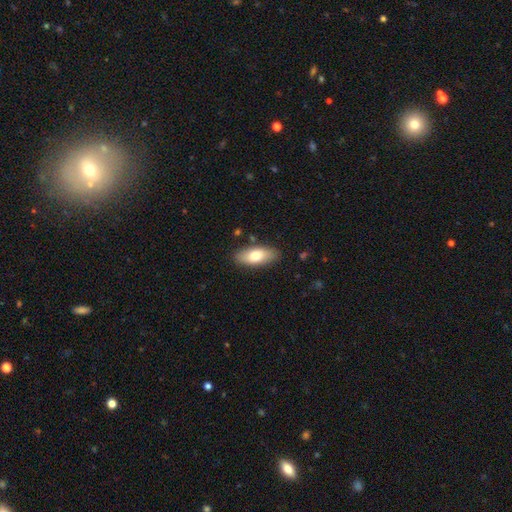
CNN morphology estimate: smooth-or-featured: smooth: 76% | featured or disk: 18% | star or artifact: 6%
  how-rounded: in between: 84% | cigar-shaped: 13% | round: 3%
  merging: none: 86% | minor disturbance: 11% | major disturbance: 2% | merger: 2%